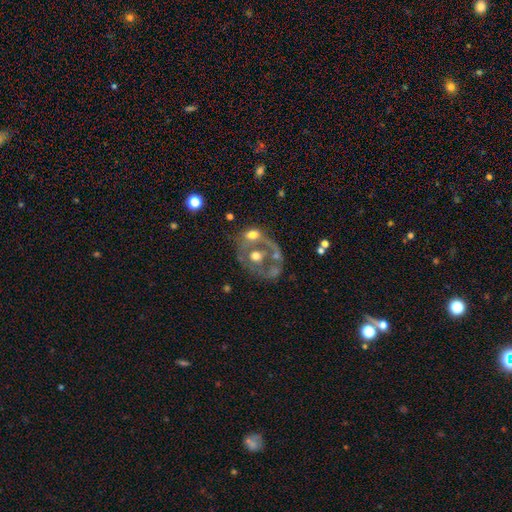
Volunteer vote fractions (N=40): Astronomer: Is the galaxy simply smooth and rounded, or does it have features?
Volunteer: featured or disk — 62%.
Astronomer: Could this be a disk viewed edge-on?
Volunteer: no — 96%.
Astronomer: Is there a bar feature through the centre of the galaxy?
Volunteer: no — 83%.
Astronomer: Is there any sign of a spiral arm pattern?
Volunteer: no — 100%.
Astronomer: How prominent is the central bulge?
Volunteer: moderate — 58%.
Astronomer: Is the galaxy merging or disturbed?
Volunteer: none — 36% (runner-up: merger, 31%).